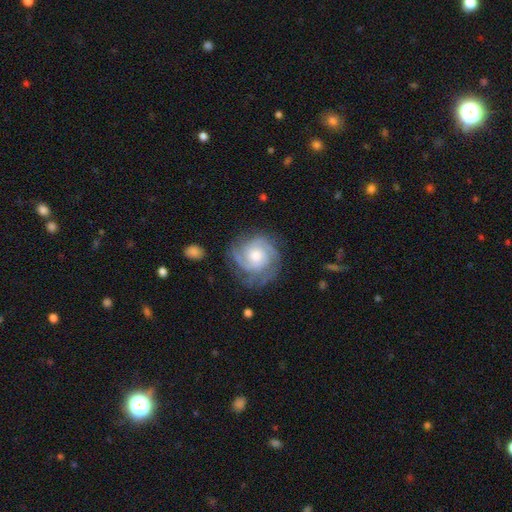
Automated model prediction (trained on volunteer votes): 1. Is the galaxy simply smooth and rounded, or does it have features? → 85% featured or disk, 9% smooth, 5% star or artifact.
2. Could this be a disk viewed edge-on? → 98% no, 2% yes.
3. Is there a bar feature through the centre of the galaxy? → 72% no, 24% weak, 4% strong.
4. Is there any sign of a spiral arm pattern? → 97% yes, 3% no.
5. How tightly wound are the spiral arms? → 64% tight, 30% medium, 5% loose.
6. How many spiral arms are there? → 41% 3, 23% 2, 17% can't tell, 9% 4, 5% 1, 5% more than 4.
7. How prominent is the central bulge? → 58% moderate, 29% small, 9% large, 2% none, 1% dominant.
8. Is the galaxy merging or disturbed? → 76% none, 16% minor disturbance, 7% major disturbance, 1% merger.